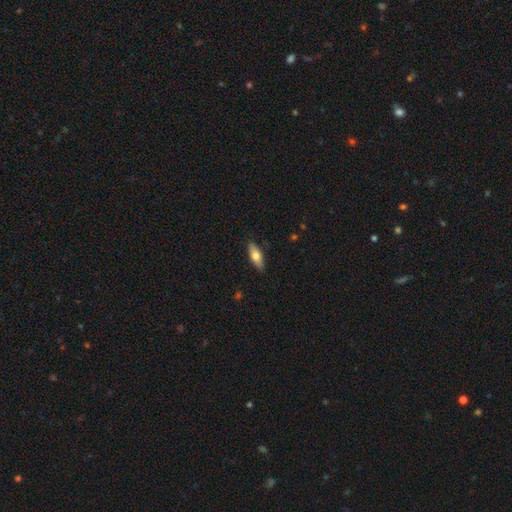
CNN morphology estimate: Q: Smooth or featured?
A: smooth (69%); runner-up: featured or disk (25%)
Q: How rounded?
A: in between (70%); runner-up: cigar-shaped (27%)
Q: Merging?
A: none (88%); runner-up: minor disturbance (9%)